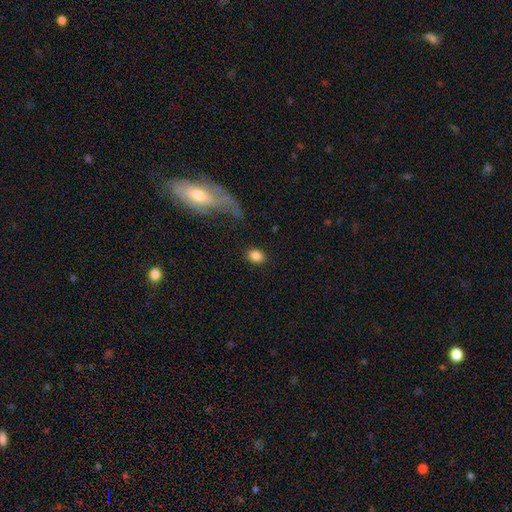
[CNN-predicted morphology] smooth-or-featured: smooth: 85% | star or artifact: 9% | featured or disk: 7%
  how-rounded: in between: 61% | round: 37% | cigar-shaped: 1%
  merging: none: 83% | minor disturbance: 9% | major disturbance: 5% | merger: 3%